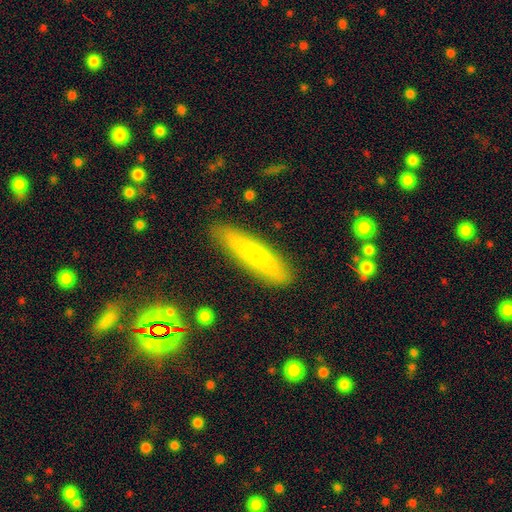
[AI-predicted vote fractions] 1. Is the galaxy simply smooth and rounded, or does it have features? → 55% smooth, 37% featured or disk, 8% star or artifact.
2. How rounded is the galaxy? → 82% cigar-shaped, 16% in between, 2% round.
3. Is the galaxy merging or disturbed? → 84% none, 12% minor disturbance, 2% major disturbance, 2% merger.